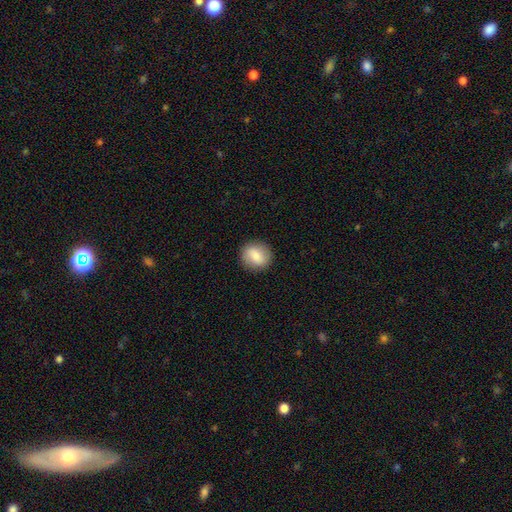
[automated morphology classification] smooth 77%, featured or disk 16%, star or artifact 7%. Down the decision tree: how rounded — round (79%); merging — none (88%).